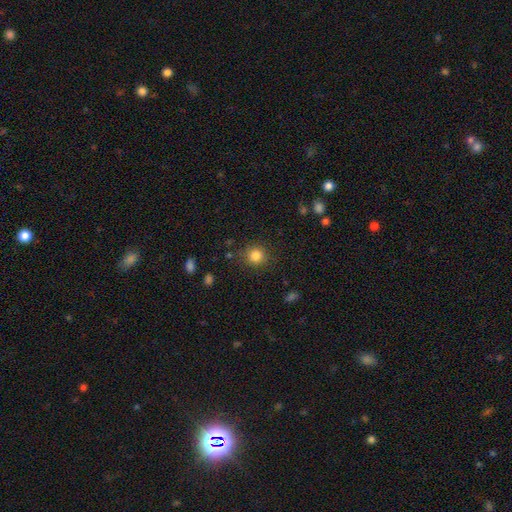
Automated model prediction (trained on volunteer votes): The model was most divided on "smooth or featured": smooth: 84%, star or artifact: 11%, featured or disk: 5%. More confident: how rounded — round (90%); merging — none (86%).